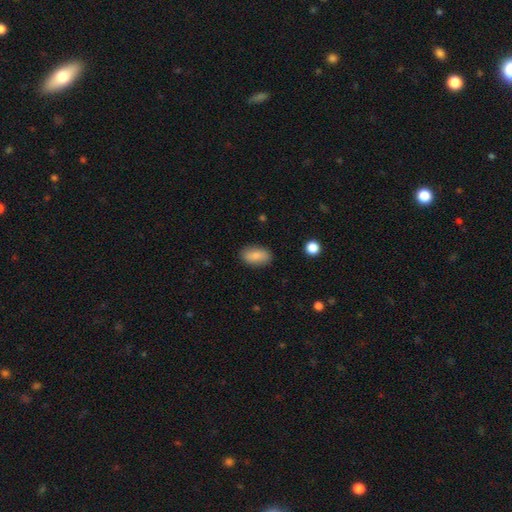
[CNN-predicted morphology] A smooth galaxy with no disk features (85%) that is in between round and cigar-shaped (92%). Merging: none (87%).